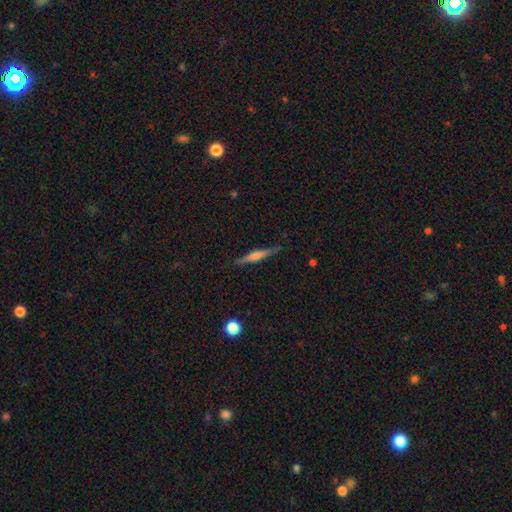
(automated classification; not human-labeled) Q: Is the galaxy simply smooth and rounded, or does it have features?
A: featured or disk — 64%.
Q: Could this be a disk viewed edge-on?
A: yes — 97%.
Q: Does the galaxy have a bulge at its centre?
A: rounded — 65%.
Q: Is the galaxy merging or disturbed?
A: none — 88%.